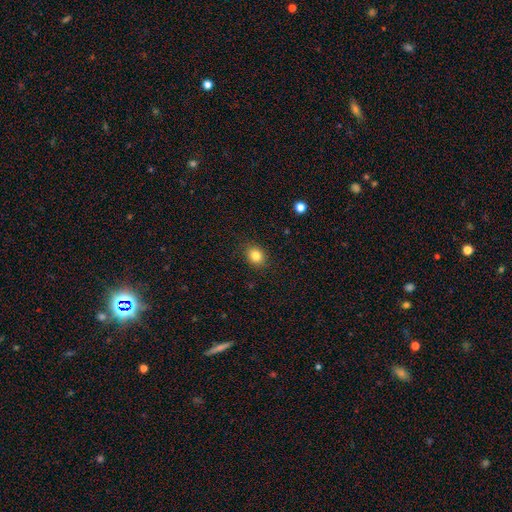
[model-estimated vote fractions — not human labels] The model was most divided on "how rounded": round: 59%, in between: 40%, cigar-shaped: 1%. More confident: merging — none (88%); smooth or featured — smooth (83%).